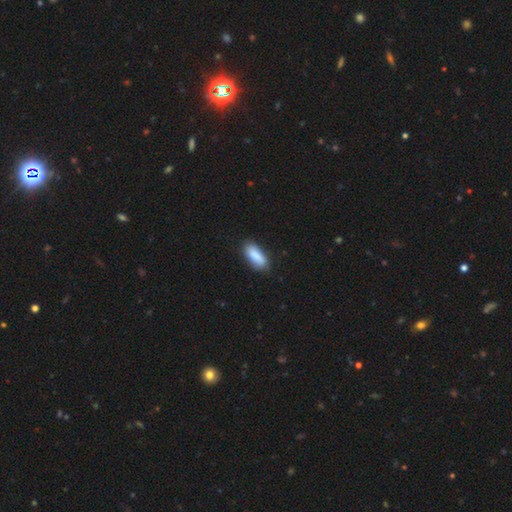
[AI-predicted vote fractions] smooth-or-featured: smooth: 86% | featured or disk: 8% | star or artifact: 6%
  how-rounded: in between: 74% | cigar-shaped: 24% | round: 2%
  merging: none: 79% | minor disturbance: 16% | major disturbance: 3% | merger: 2%